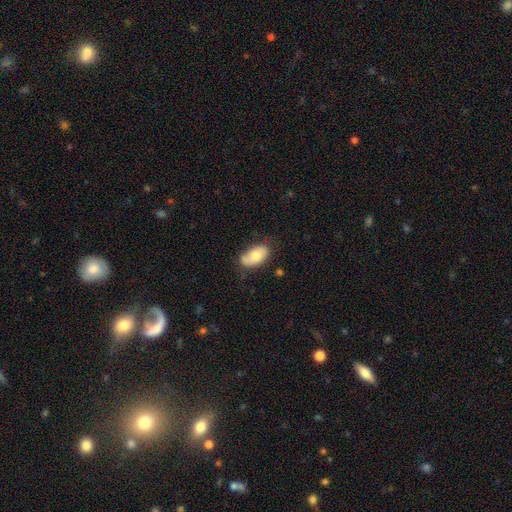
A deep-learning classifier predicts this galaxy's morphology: A smooth galaxy with no disk features (67%) that is in between round and cigar-shaped (93%).

Vote fractions:
- Smooth or featured? smooth: 67% / featured or disk: 27% / star or artifact: 7%
- How rounded? in between: 93% / round: 5% / cigar-shaped: 2%
- Merging? none: 64% / minor disturbance: 26% / major disturbance: 6% / merger: 4%